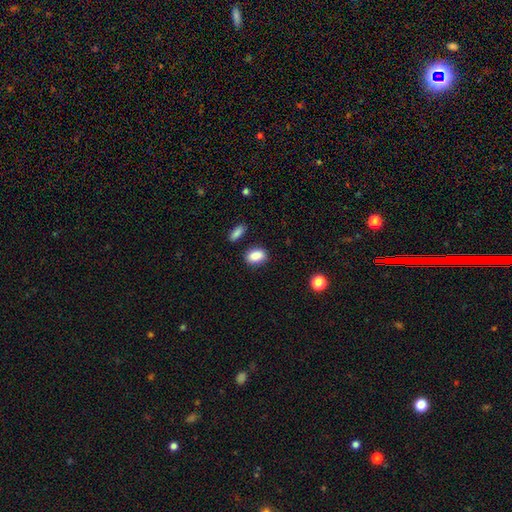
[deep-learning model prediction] This appears to be a smooth galaxy with no disk features (88%) that is in between round and cigar-shaped (82%). Merging: none (81%).